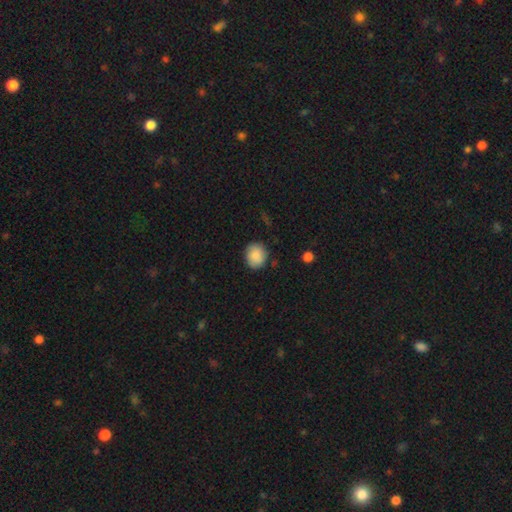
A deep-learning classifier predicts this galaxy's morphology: This appears to be a smooth galaxy with no disk features (86%) that is round (72%). Merging: none (81%).